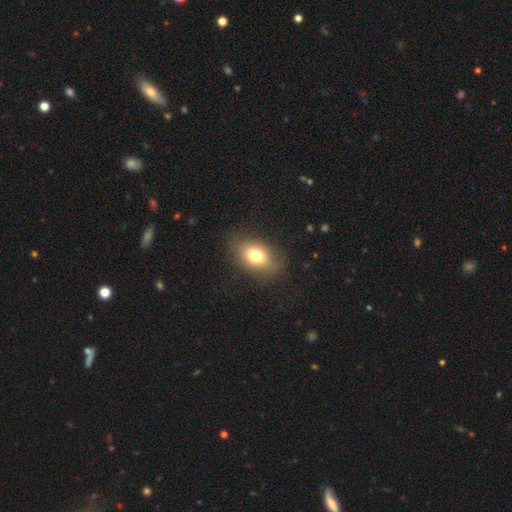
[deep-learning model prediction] Q: Smooth or featured?
A: smooth (75%); runner-up: featured or disk (15%)
Q: How rounded?
A: in between (81%); runner-up: round (17%)
Q: Merging?
A: none (78%); runner-up: minor disturbance (15%)